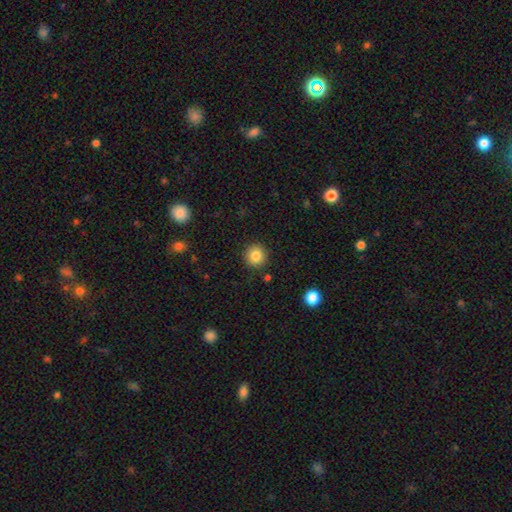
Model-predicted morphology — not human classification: smooth-or-featured: smooth: 85% | star or artifact: 10% | featured or disk: 6%
  how-rounded: round: 93% | in between: 6% | cigar-shaped: 1%
  merging: none: 91% | minor disturbance: 6% | major disturbance: 2% | merger: 2%